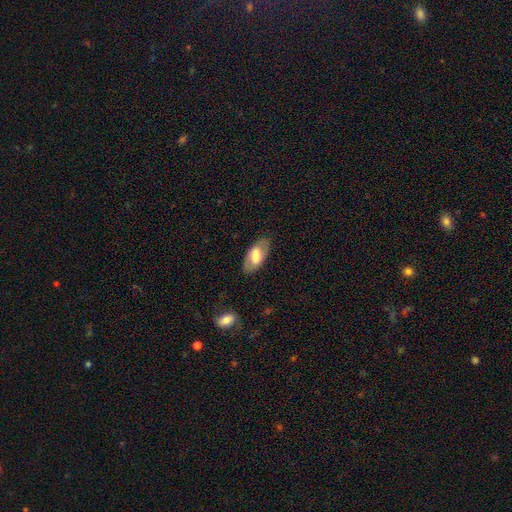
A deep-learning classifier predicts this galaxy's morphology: smooth_or_featured: smooth (p=0.62) [alt: featured or disk p=0.32]
how_rounded: in between (p=0.91) [alt: cigar-shaped p=0.06]
merging: none (p=0.82) [alt: minor disturbance p=0.13]